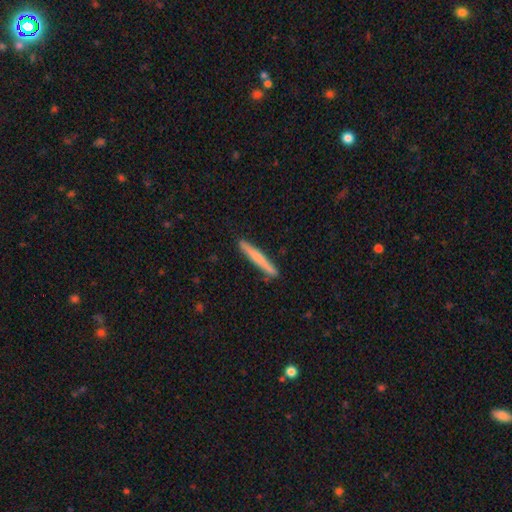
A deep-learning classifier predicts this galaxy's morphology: smooth_or_featured: smooth (p=0.61) [alt: featured or disk p=0.33]
how_rounded: cigar-shaped (p=0.96) [alt: in between p=0.03]
merging: none (p=0.88) [alt: minor disturbance p=0.09]